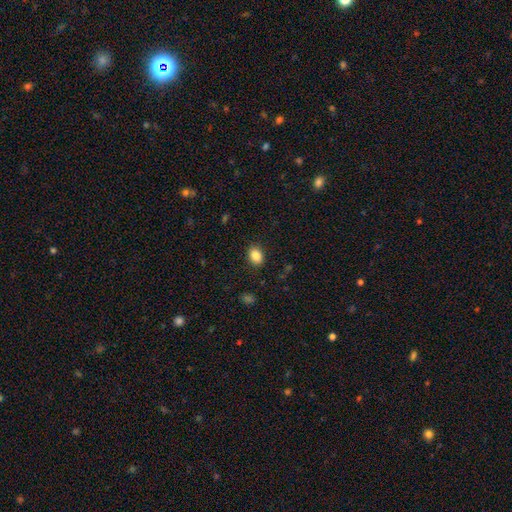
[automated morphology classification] smooth 85%, star or artifact 9%, featured or disk 5%. Down the decision tree: how rounded — in between (66%); merging — none (88%).